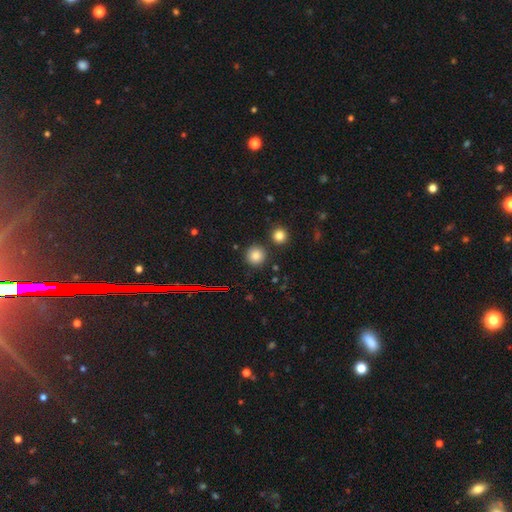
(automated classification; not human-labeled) Q: Smooth or featured?
A: smooth (80%); runner-up: star or artifact (15%)
Q: How rounded?
A: round (93%); runner-up: in between (6%)
Q: Merging?
A: none (84%); runner-up: minor disturbance (7%)